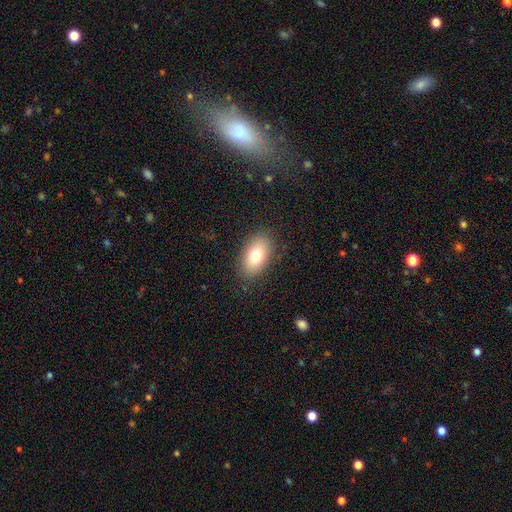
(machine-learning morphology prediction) Smooth or featured? smooth (76%)
How rounded? in between (91%)
Merging? none (86%)